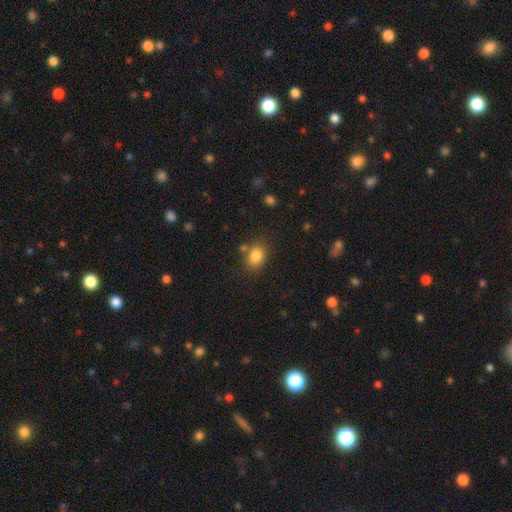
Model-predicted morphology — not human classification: Smooth or featured? Predicted: smooth (p=0.84). How rounded? Predicted: in between (p=0.65). Merging? Predicted: none (p=0.72).